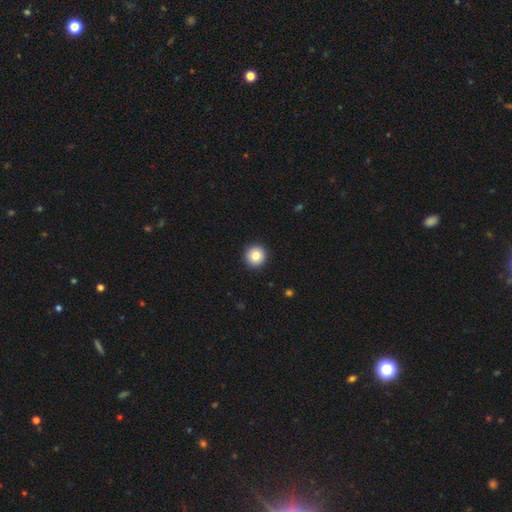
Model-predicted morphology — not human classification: A smooth galaxy with no disk features (83%) that is round (96%).

Vote fractions:
- Smooth or featured? smooth: 83% / star or artifact: 9% / featured or disk: 8%
- How rounded? round: 96% / in between: 3% / cigar-shaped: 1%
- Merging? none: 93% / minor disturbance: 4% / major disturbance: 1% / merger: 1%